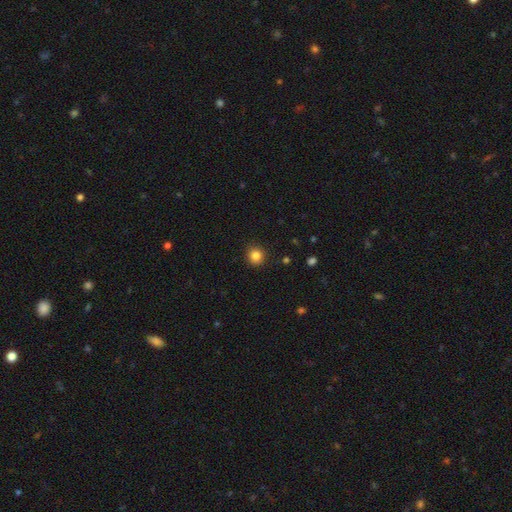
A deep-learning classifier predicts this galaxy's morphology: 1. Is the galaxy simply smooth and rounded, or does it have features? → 84% smooth, 11% star or artifact, 5% featured or disk.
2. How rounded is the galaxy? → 90% round, 9% in between, 1% cigar-shaped.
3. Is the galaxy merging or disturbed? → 91% none, 6% minor disturbance, 2% major disturbance, 1% merger.